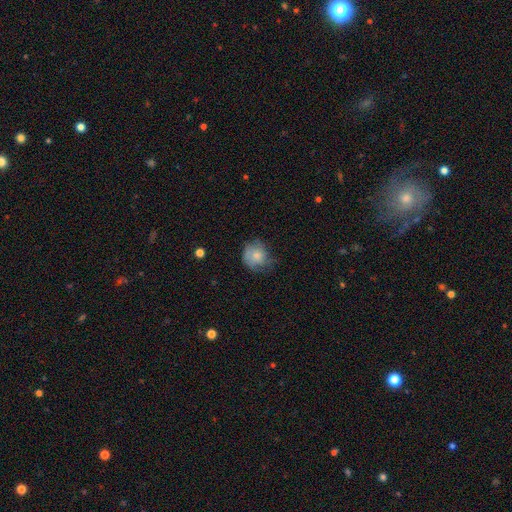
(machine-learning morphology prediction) smooth_or_featured: smooth (p=0.72) [alt: featured or disk p=0.20]
how_rounded: round (p=0.81) [alt: in between p=0.18]
merging: none (p=0.53) [alt: minor disturbance p=0.32]